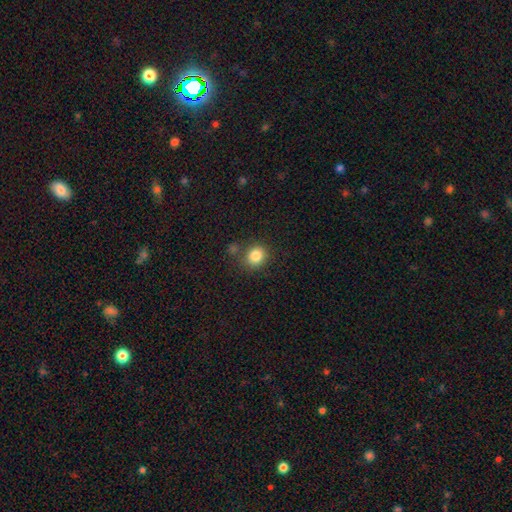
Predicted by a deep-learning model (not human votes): Smooth or featured: smooth — 84% (star or artifact — 10%)
How rounded: round — 81% (in between — 18%)
Merging: none — 73% (minor disturbance — 12%)